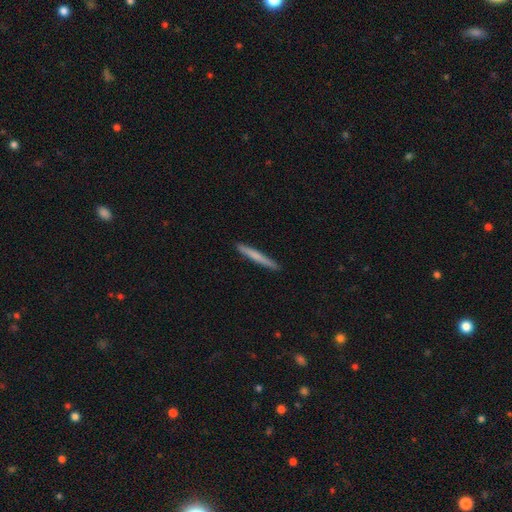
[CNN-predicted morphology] Smooth or featured?
  - smooth: 63% *
  - featured or disk: 32%
  - star or artifact: 5%
How rounded?
  - cigar-shaped: 97% *
  - in between: 2%
  - round: 1%
Merging?
  - none: 91% *
  - minor disturbance: 6%
  - major disturbance: 1%
  - merger: 1%